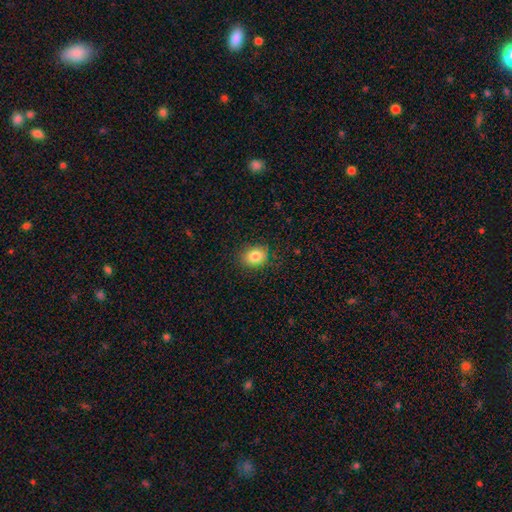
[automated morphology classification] A smooth galaxy with no disk features (84%) that is in between round and cigar-shaped (51%). Merging: none (84%).